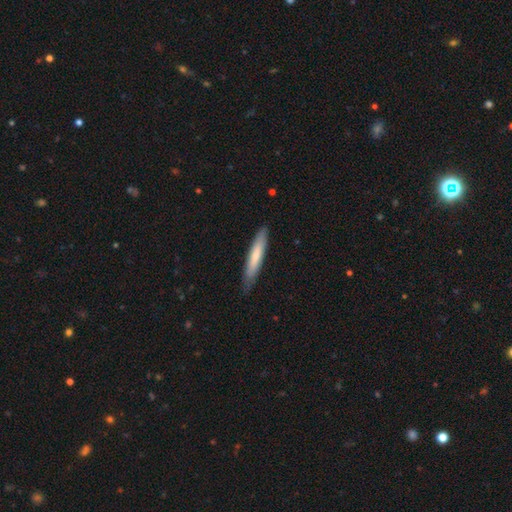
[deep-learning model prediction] Smooth or featured? Predicted: smooth (p=0.67). How rounded? Predicted: cigar-shaped (p=0.90). Merging? Predicted: none (p=0.83).